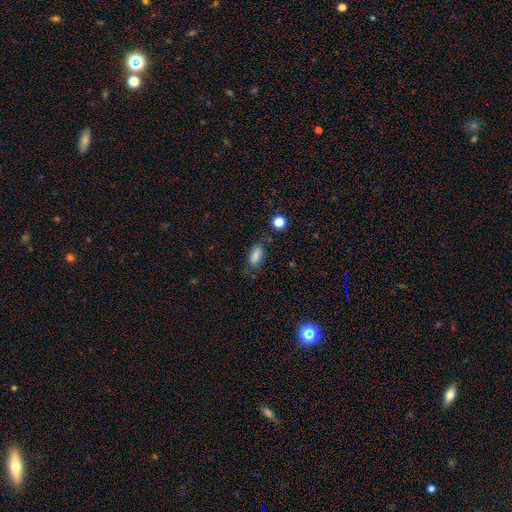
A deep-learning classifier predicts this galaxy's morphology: This is clearly a smooth galaxy (83%). How rounded: clearly in between (86%). Merging: likely none (70%).